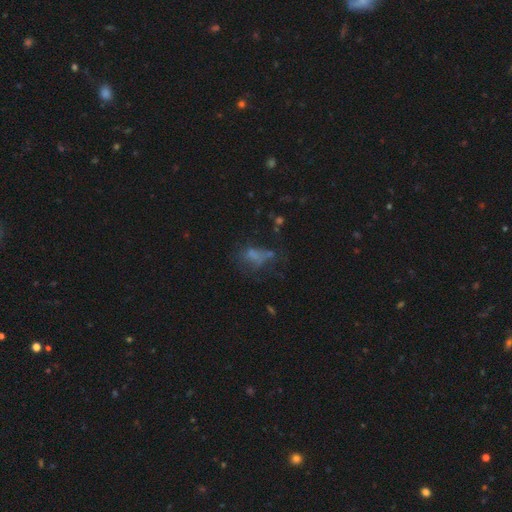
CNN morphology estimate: smooth-or-featured: smooth: 47% | featured or disk: 30% | star or artifact: 24%
  merging: major disturbance: 35% | none: 34% | minor disturbance: 19% | merger: 12%